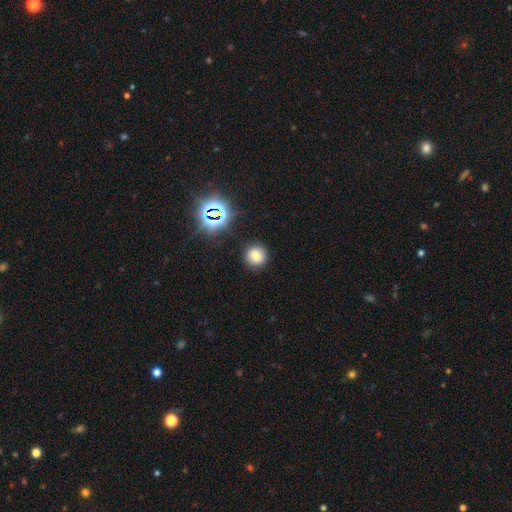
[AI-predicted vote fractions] Overall: smooth (72%). How rounded: round (93%). Merging: none (89%).